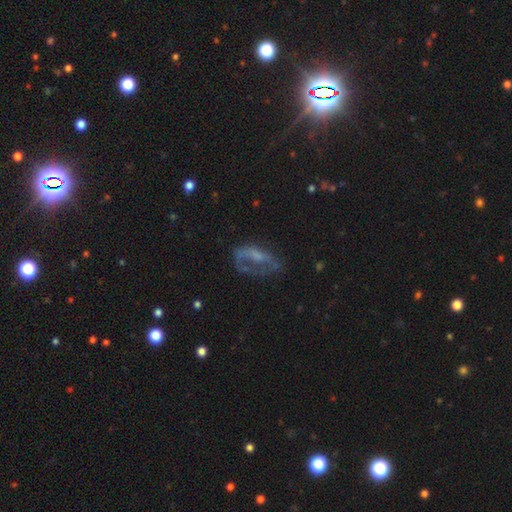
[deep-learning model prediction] Morphology: type=featured or disk (54%); edge-on=no (93%); merging=major disturbance (40%).